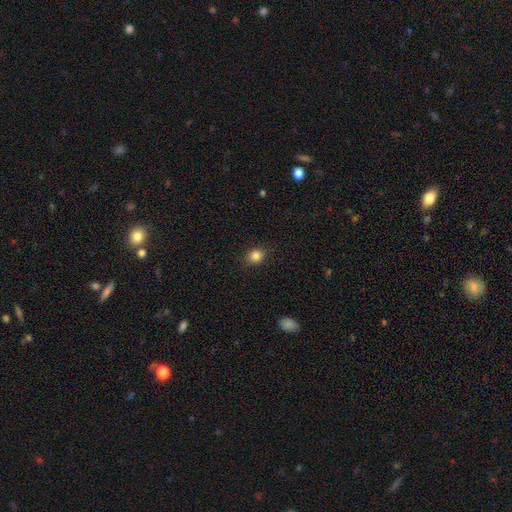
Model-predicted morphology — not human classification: Q: Smooth or featured?
A: smooth (84%); runner-up: star or artifact (11%)
Q: How rounded?
A: round (66%); runner-up: in between (33%)
Q: Merging?
A: none (86%); runner-up: minor disturbance (10%)